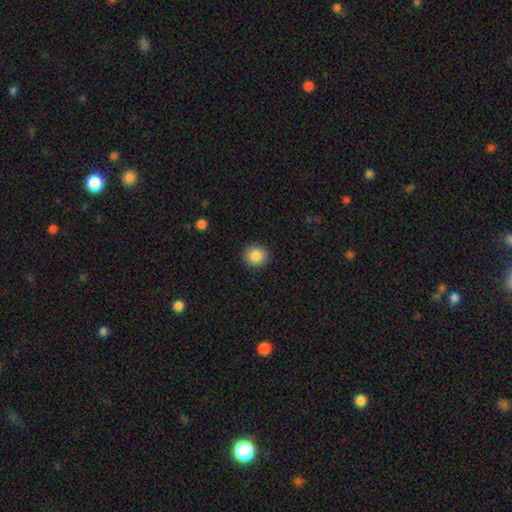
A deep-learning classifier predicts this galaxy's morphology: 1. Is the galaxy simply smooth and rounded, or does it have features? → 87% smooth, 9% star or artifact, 4% featured or disk.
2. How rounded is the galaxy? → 91% round, 8% in between, 1% cigar-shaped.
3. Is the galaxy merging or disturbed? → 90% none, 7% minor disturbance, 2% major disturbance, 1% merger.